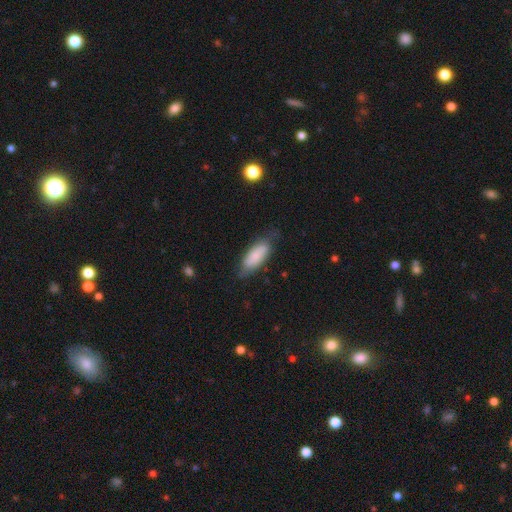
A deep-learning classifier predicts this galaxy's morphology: Smooth or featured?
  - smooth: 79% *
  - featured or disk: 15%
  - star or artifact: 6%
How rounded?
  - in between: 75% *
  - cigar-shaped: 24%
  - round: 2%
Merging?
  - none: 65% *
  - minor disturbance: 26%
  - major disturbance: 6%
  - merger: 2%